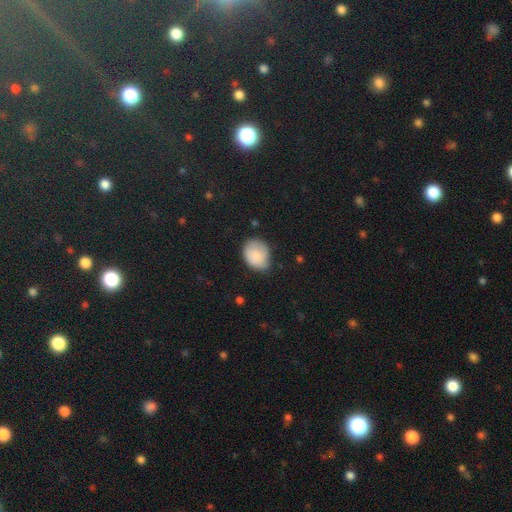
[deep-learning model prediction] Overall: smooth (83%). How rounded: in between (50%; round 49%). Merging: none (59%; minor disturbance 32%).